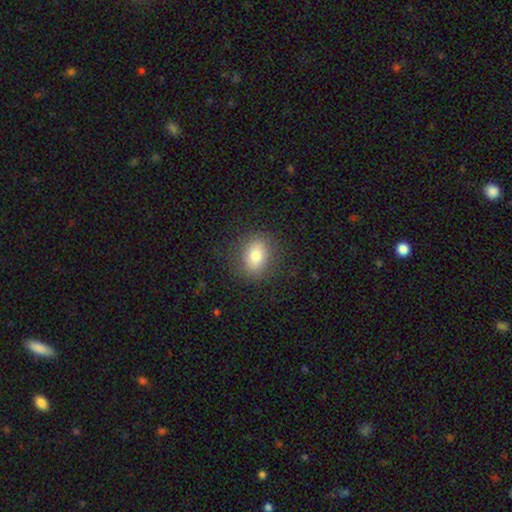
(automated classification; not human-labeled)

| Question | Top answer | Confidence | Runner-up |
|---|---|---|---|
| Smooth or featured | smooth | 79% | featured or disk (12%) |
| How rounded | in between | 65% | round (33%) |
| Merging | none | 86% | minor disturbance (10%) |